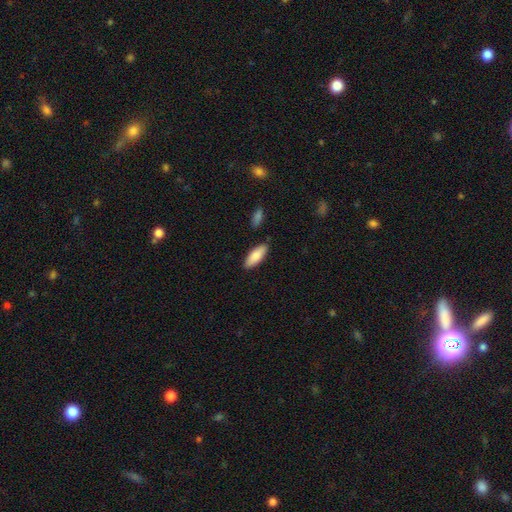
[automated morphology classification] Smooth or featured? Predicted: smooth (p=0.84). How rounded? Predicted: in between (p=0.70). Merging? Predicted: none (p=0.84).